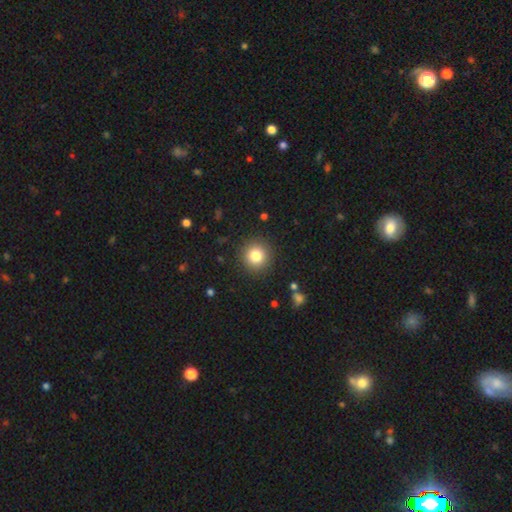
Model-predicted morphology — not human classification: Smooth or featured?
  - smooth: 82% *
  - star or artifact: 11%
  - featured or disk: 8%
How rounded?
  - round: 94% *
  - in between: 5%
  - cigar-shaped: 1%
Merging?
  - none: 90% *
  - minor disturbance: 6%
  - major disturbance: 2%
  - merger: 1%